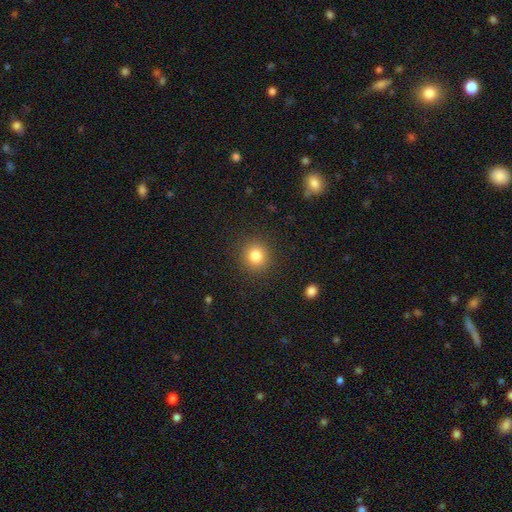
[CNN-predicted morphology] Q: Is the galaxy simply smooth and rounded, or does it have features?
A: smooth — 83%.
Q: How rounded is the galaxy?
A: round — 91%.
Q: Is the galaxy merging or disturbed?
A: none — 90%.